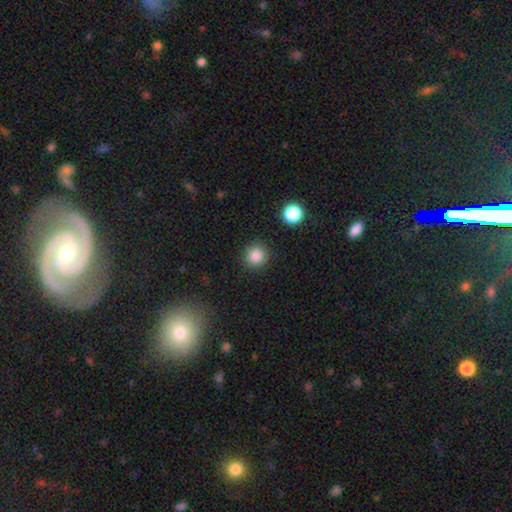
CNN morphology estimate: The model was most divided on "smooth or featured": smooth: 85%, star or artifact: 11%, featured or disk: 4%. More confident: how rounded — round (93%); merging — none (90%).